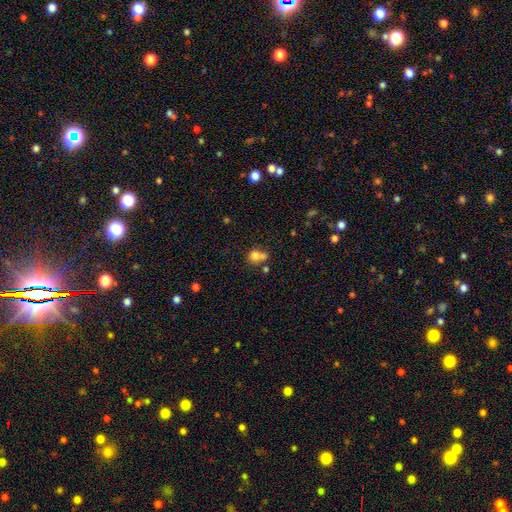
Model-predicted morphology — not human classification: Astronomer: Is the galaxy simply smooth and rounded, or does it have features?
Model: smooth — 75%.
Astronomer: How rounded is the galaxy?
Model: round — 72%.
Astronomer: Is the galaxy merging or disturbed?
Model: merger — 47% (runner-up: none, 35%).